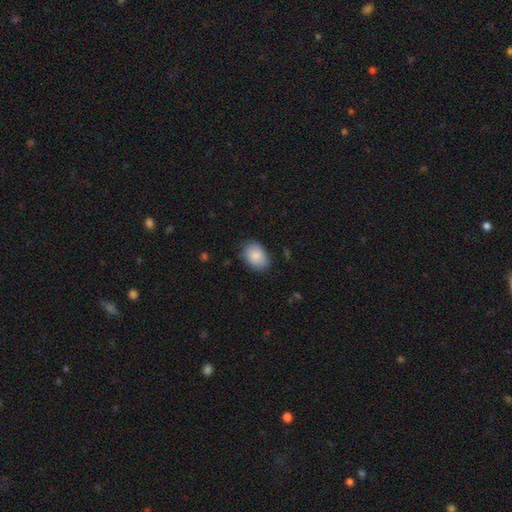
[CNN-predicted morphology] Overall: smooth (86%). How rounded: in between (79%). Merging: none (76%).